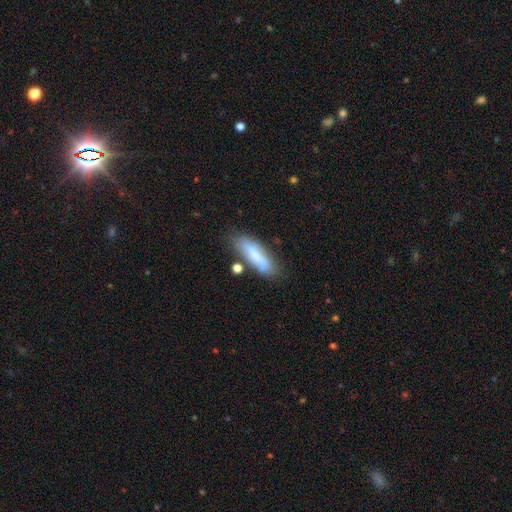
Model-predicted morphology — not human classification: type=smooth (65%); roundness=cigar-shaped (54%); merging=none (68%).